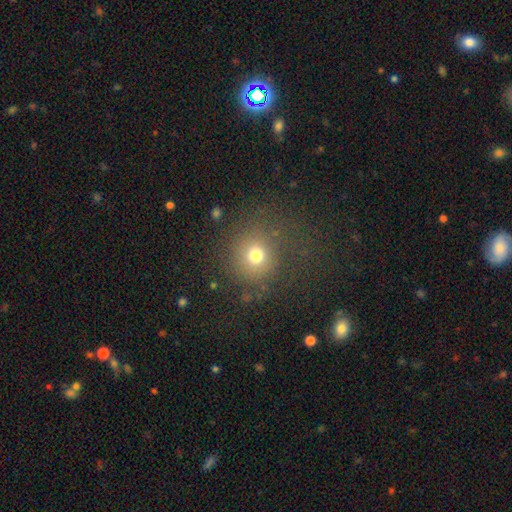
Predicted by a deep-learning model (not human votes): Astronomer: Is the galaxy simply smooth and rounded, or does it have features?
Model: smooth — 73%.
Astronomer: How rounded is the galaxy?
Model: round — 88%.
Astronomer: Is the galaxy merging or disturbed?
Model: none — 76%.